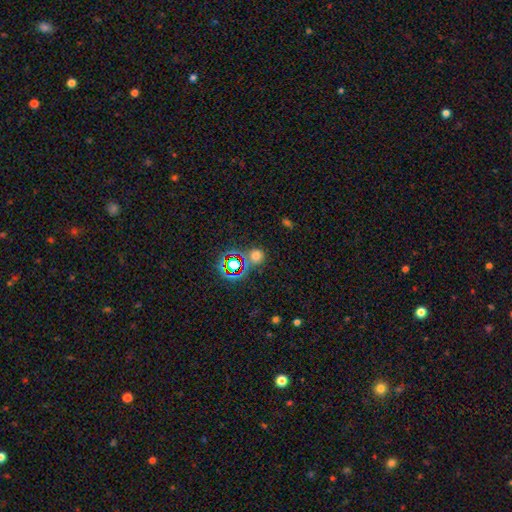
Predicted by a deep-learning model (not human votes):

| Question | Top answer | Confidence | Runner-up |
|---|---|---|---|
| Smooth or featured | smooth | 61% | star or artifact (32%) |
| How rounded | round | 88% | in between (11%) |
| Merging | none | 73% | merger (11%) |